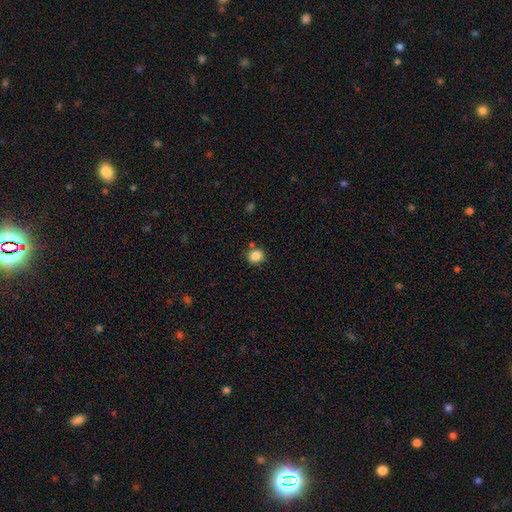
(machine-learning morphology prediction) Smooth or featured?
  - smooth: 86% *
  - star or artifact: 10%
  - featured or disk: 4%
How rounded?
  - round: 78% *
  - in between: 21%
  - cigar-shaped: 1%
Merging?
  - none: 80% *
  - minor disturbance: 10%
  - merger: 7%
  - major disturbance: 3%